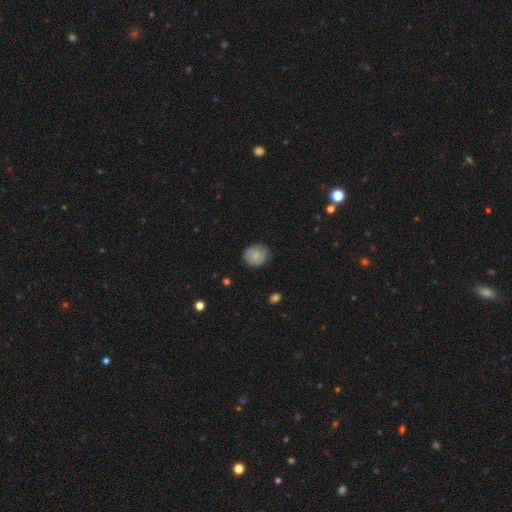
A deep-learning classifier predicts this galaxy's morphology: The model was most divided on "how rounded": round: 76%, in between: 23%, cigar-shaped: 1%. More confident: merging — none (76%); smooth or featured — smooth (75%).